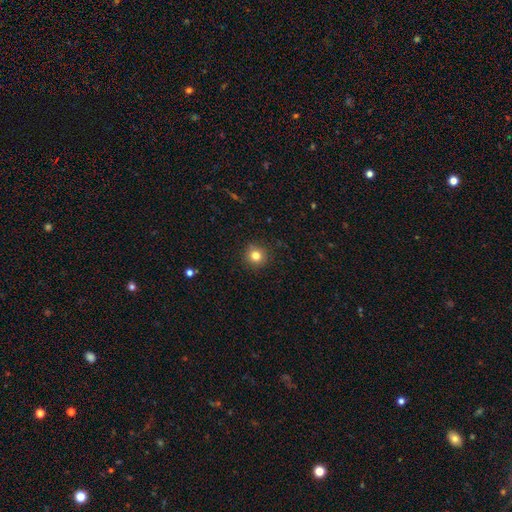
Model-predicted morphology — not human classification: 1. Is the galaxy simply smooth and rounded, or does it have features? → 81% smooth, 12% star or artifact, 7% featured or disk.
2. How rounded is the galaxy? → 94% round, 6% in between, 1% cigar-shaped.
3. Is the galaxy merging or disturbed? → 90% none, 7% minor disturbance, 2% major disturbance, 1% merger.